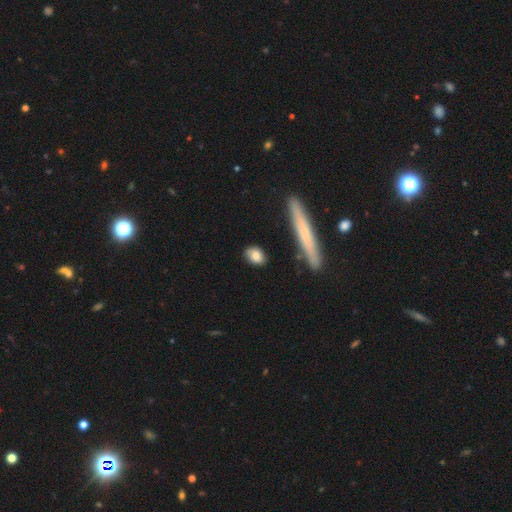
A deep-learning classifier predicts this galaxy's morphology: Smooth or featured: smooth — 81% (featured or disk — 11%)
How rounded: in between — 68% (round — 26%)
Merging: none — 81% (minor disturbance — 14%)